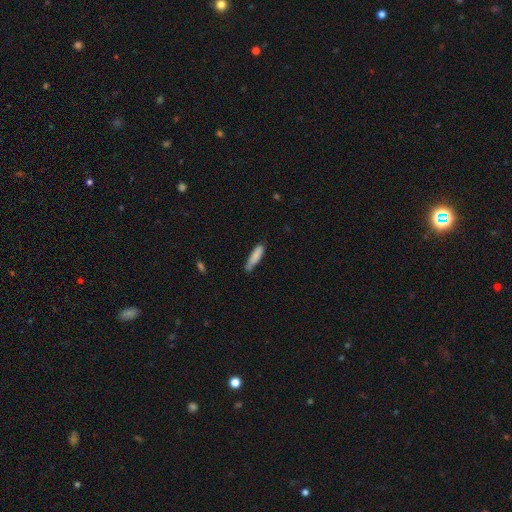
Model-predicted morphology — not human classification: The model was most divided on "merging": none: 68%, minor disturbance: 25%, major disturbance: 4%, merger: 3%. More confident: smooth or featured — smooth (83%); how rounded — cigar-shaped (77%).